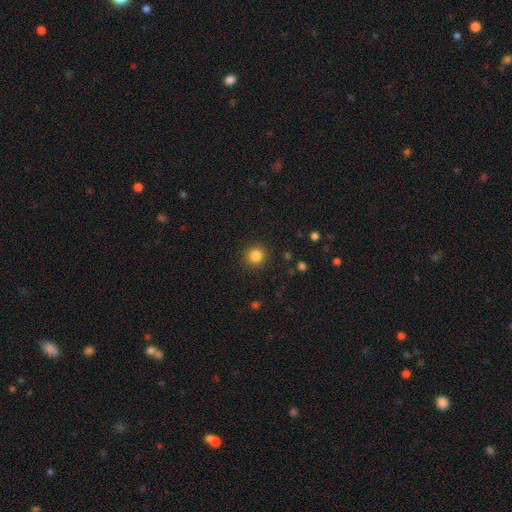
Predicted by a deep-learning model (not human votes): The model was most divided on "smooth or featured": smooth: 85%, star or artifact: 11%, featured or disk: 4%. More confident: how rounded — round (93%); merging — none (91%).